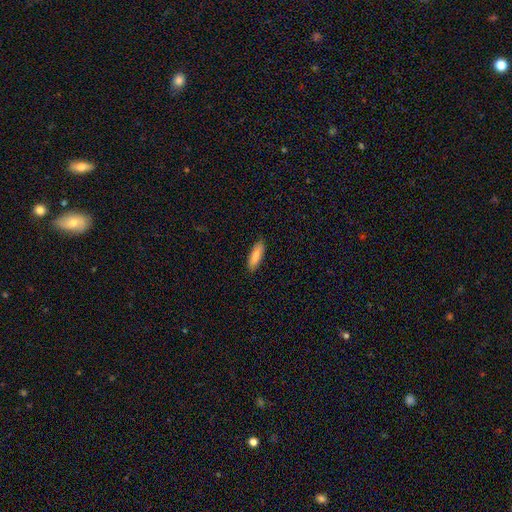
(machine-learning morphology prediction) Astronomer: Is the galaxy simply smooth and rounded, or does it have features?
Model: smooth — 84%.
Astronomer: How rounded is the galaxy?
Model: in between — 53% (runner-up: cigar-shaped, 45%).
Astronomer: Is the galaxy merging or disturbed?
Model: none — 88%.